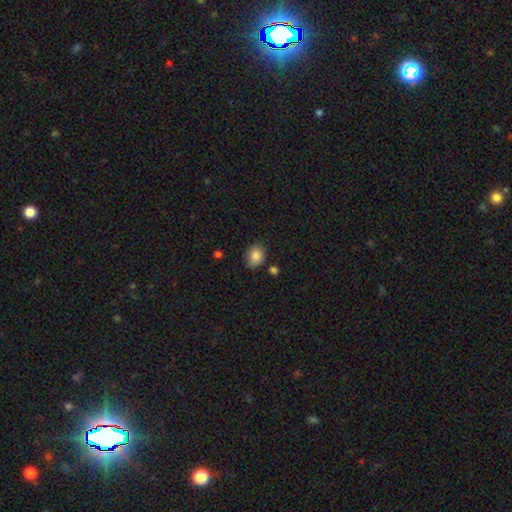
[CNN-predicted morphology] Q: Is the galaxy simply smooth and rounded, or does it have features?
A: smooth — 86%.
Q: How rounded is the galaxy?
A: in between — 68%.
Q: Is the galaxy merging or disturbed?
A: none — 81%.